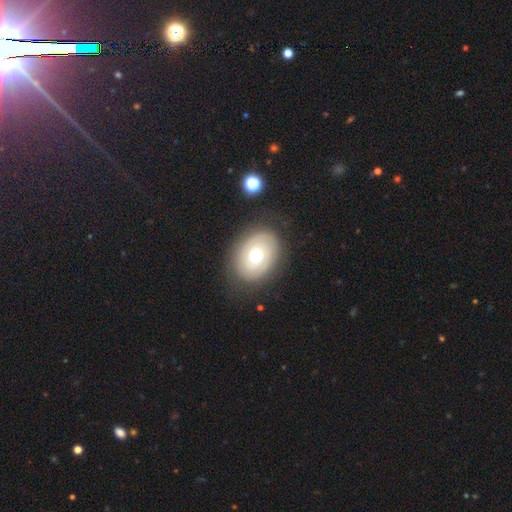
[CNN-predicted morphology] smooth-or-featured: featured or disk: 58% | smooth: 34% | star or artifact: 7%
  disk-edge-on: no: 95% | yes: 5%
    bar: no: 85% | weak: 12% | strong: 3%
    has-spiral-arms: yes: 63% | no: 37%
    bulge-size: moderate: 72% | small: 20% | large: 6% | dominant: 1% | none: 1%
  merging: none: 81% | minor disturbance: 13% | major disturbance: 5% | merger: 2%